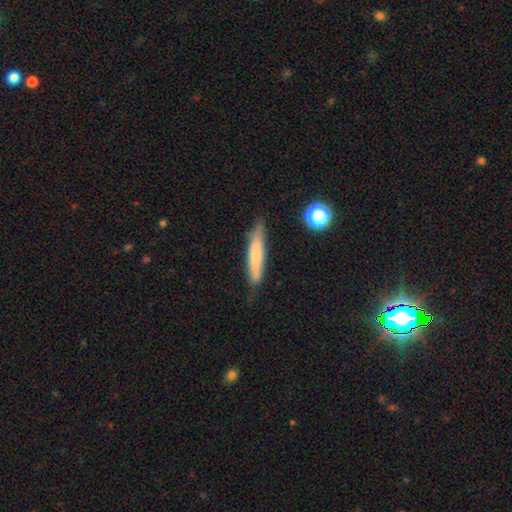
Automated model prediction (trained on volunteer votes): A smooth galaxy with no disk features (67%) that is cigar-shaped (90%).

Vote fractions:
- Smooth or featured? smooth: 67% / featured or disk: 26% / star or artifact: 7%
- How rounded? cigar-shaped: 90% / in between: 8% / round: 1%
- Merging? none: 74% / minor disturbance: 20% / major disturbance: 4% / merger: 2%